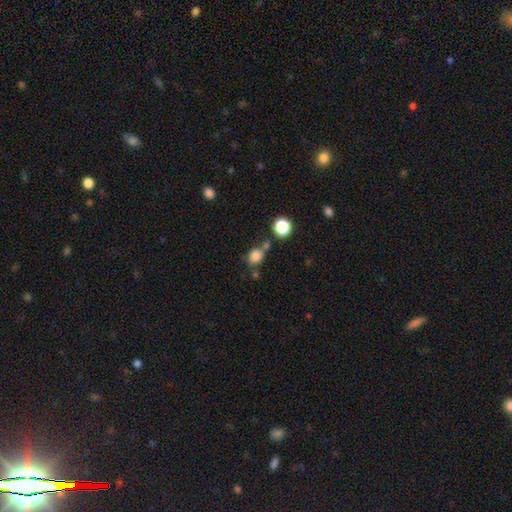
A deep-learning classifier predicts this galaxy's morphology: Smooth or featured? smooth (81%)
How rounded? round (62%)
Merging? none (54%)